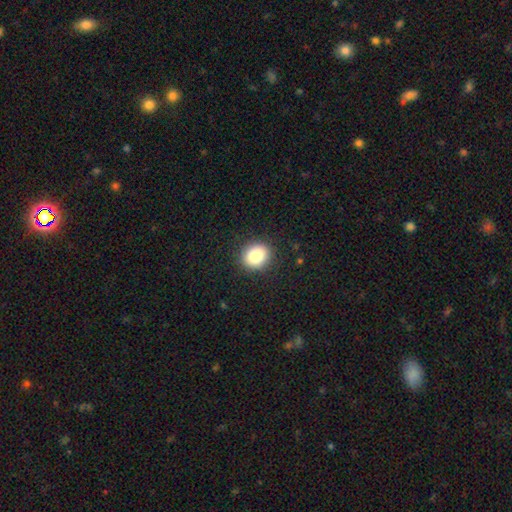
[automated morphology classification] Q: Smooth or featured?
A: smooth (84%); runner-up: star or artifact (9%)
Q: How rounded?
A: round (72%); runner-up: in between (27%)
Q: Merging?
A: none (89%); runner-up: minor disturbance (7%)